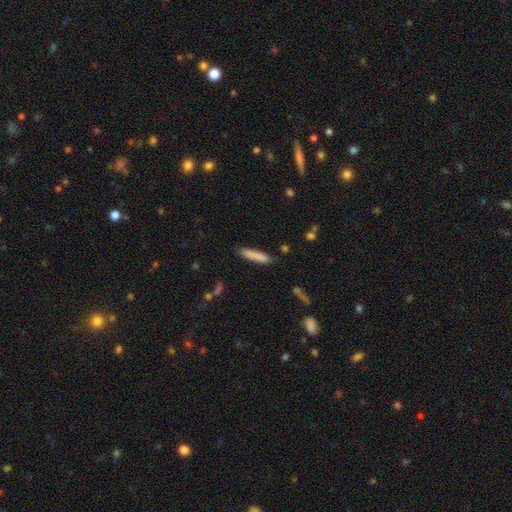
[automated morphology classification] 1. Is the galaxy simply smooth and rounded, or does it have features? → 83% smooth, 10% featured or disk, 7% star or artifact.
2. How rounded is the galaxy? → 87% cigar-shaped, 11% in between, 1% round.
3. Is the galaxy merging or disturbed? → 86% none, 10% minor disturbance, 2% major disturbance, 2% merger.